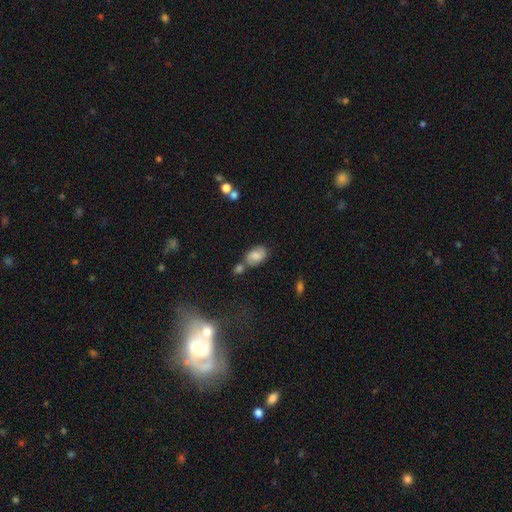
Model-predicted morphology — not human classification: A smooth galaxy with no disk features (64%) that is in between round and cigar-shaped (87%).

Vote fractions:
- Smooth or featured? smooth: 64% / featured or disk: 27% / star or artifact: 9%
- How rounded? in between: 87% / round: 11% / cigar-shaped: 2%
- Merging? none: 54% / merger: 24% / minor disturbance: 17% / major disturbance: 5%